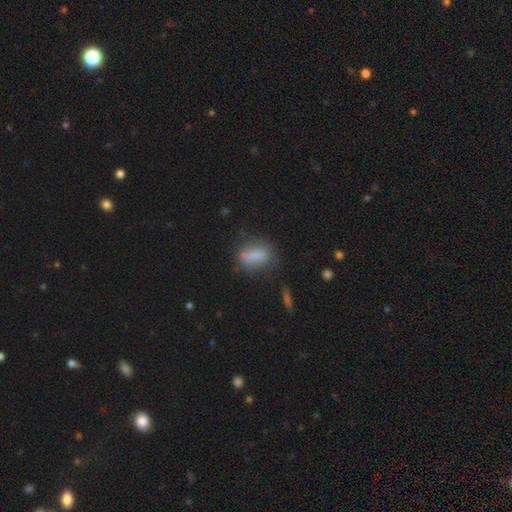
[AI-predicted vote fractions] This is likely a smooth galaxy (72%). How rounded: likely in between (67%). Merging: likely none (62%).